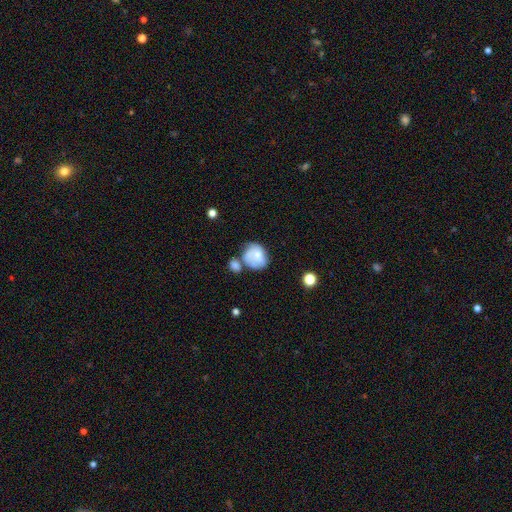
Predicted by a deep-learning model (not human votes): The model was most divided on "merging": none: 34%, merger: 30%, minor disturbance: 23%, major disturbance: 13%. More confident: smooth or featured — smooth (61%); how rounded — round (57%).